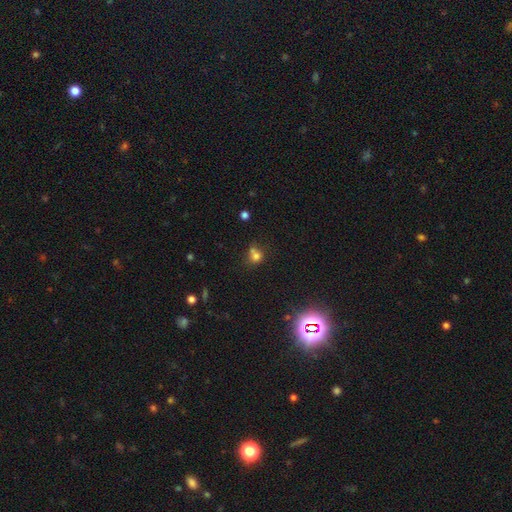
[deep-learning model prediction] Smooth or featured? Predicted: smooth (p=0.71). How rounded? Predicted: round (p=0.76). Merging? Predicted: none (p=0.44).